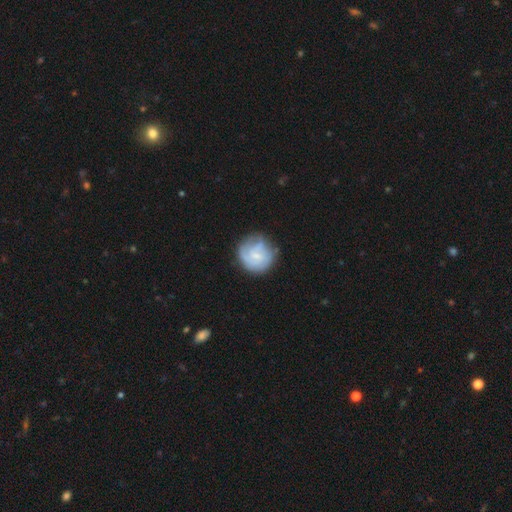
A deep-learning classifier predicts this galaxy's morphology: Smooth or featured: featured or disk — 53% (smooth — 40%)
Edge-on disk: no — 98% (yes — 2%)
Bar: no — 53% (weak — 41%)
Spiral arms: yes — 75% (no — 25%)
Bulge size: small — 59% (none — 20%)
Merging: none — 65% (minor disturbance — 22%)